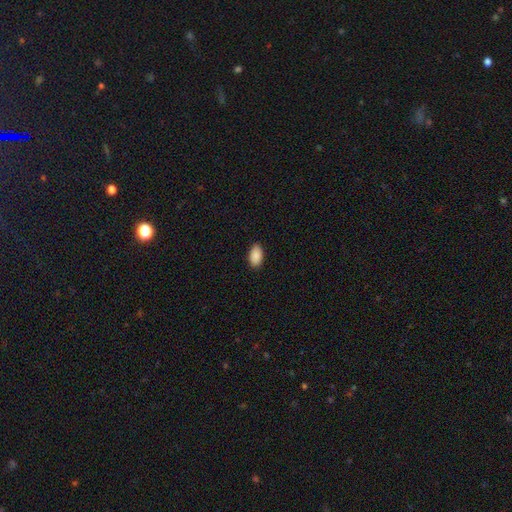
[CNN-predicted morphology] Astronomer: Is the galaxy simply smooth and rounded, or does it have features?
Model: smooth — 90%.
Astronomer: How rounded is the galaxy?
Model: in between — 94%.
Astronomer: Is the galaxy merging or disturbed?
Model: none — 89%.